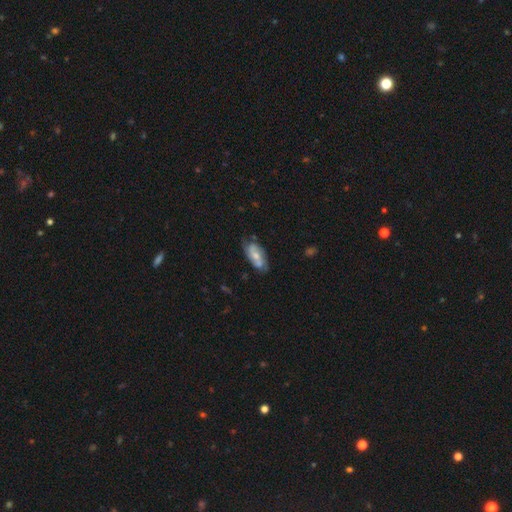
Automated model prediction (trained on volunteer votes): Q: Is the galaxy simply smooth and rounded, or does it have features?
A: featured or disk — 53%.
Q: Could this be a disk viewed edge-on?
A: no — 90%.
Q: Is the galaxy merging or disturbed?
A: none — 59%.